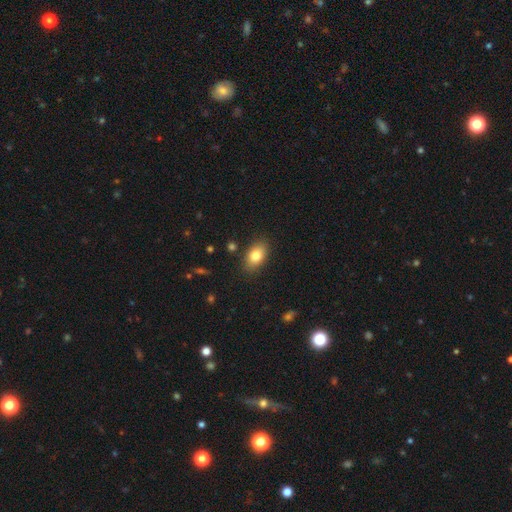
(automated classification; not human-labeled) The model was most divided on "smooth or featured": smooth: 81%, featured or disk: 11%, star or artifact: 8%. More confident: how rounded — in between (87%); merging — none (85%).